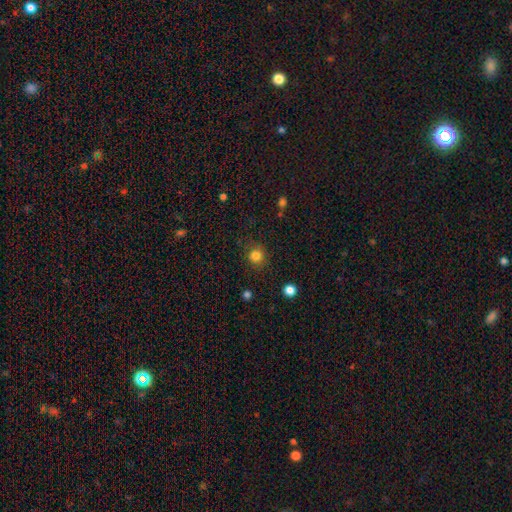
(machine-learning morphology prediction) smooth_or_featured: smooth (p=0.83) [alt: star or artifact p=0.13]
how_rounded: round (p=0.90) [alt: in between p=0.09]
merging: none (p=0.84) [alt: minor disturbance p=0.11]